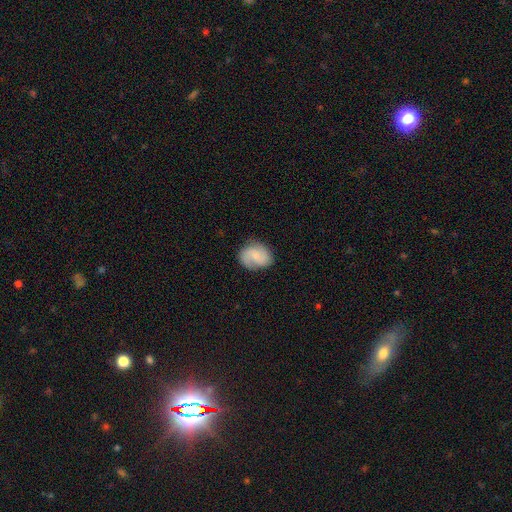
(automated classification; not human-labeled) A featured or disk galaxy (53%) with no bar (54%), spiral arms (92%) and a small central bulge (50%).

Vote fractions:
- Smooth or featured? featured or disk: 53% / smooth: 40% / star or artifact: 7%
- Edge-on disk? no: 98% / yes: 2%
- Bar? no: 54% / weak: 40% / strong: 6%
- Spiral arms? yes: 92% / no: 8%
- Bulge size? small: 50% / moderate: 25% / none: 21% / large: 3% / dominant: 1%
- Merging? none: 77% / minor disturbance: 17% / major disturbance: 5% / merger: 1%